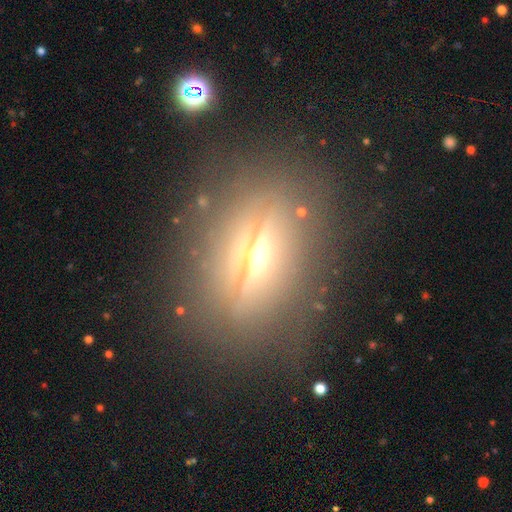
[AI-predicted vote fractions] Morphology: type=featured or disk (66%); edge-on=yes (81%); edge-on bulge=rounded (93%); merging=none (77%).